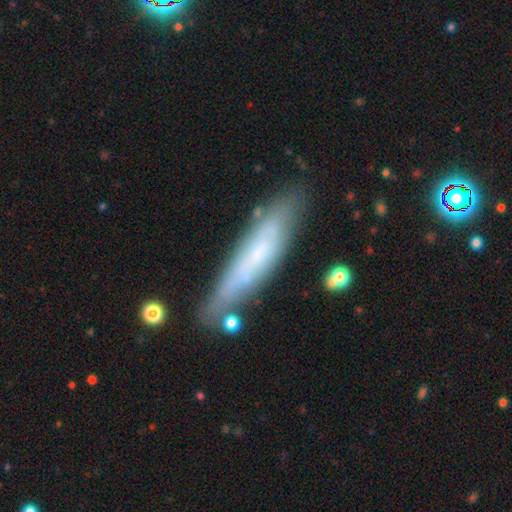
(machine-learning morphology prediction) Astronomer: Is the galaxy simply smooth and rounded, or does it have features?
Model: featured or disk — 47% (runner-up: smooth, 46%).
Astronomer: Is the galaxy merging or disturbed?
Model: none — 77%.